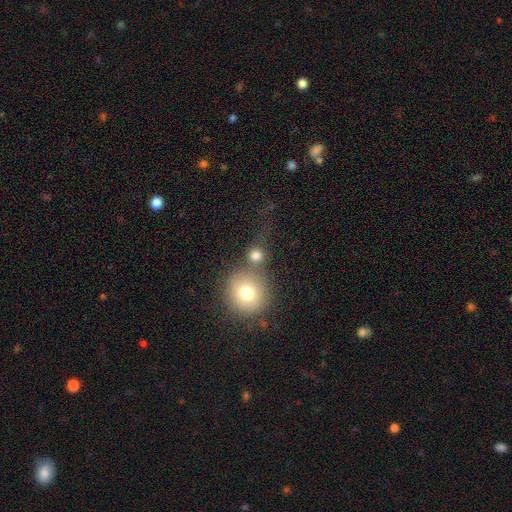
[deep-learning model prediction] smooth_or_featured: smooth (p=0.78) [alt: star or artifact p=0.13]
how_rounded: round (p=0.88) [alt: in between p=0.11]
merging: none (p=0.53) [alt: merger p=0.31]